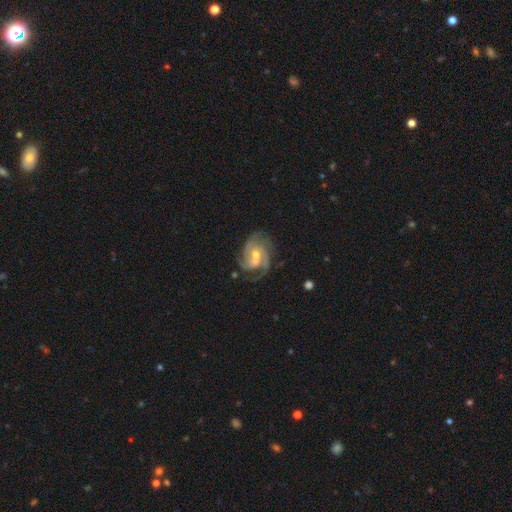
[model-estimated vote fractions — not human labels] Overall: featured or disk (86%). Edge-on disk: no (98%). Bar: no (50%; weak 40%). Spiral arms: yes (96%). Spiral arm count: 3 (41%; 2 28%). Spiral winding: medium (45%; tight 42%). Bulge size: moderate (54%; small 40%). Merging: none (48%; merger 21%).